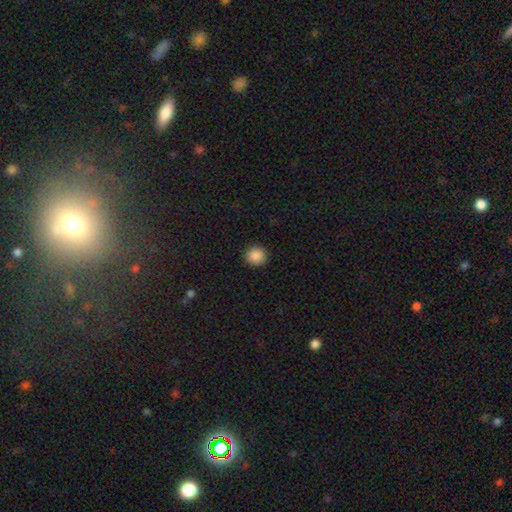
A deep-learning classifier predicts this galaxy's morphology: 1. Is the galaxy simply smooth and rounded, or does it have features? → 88% smooth, 9% star or artifact, 2% featured or disk.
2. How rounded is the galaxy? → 90% round, 9% in between, 1% cigar-shaped.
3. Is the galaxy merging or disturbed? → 92% none, 6% minor disturbance, 2% major disturbance, 1% merger.